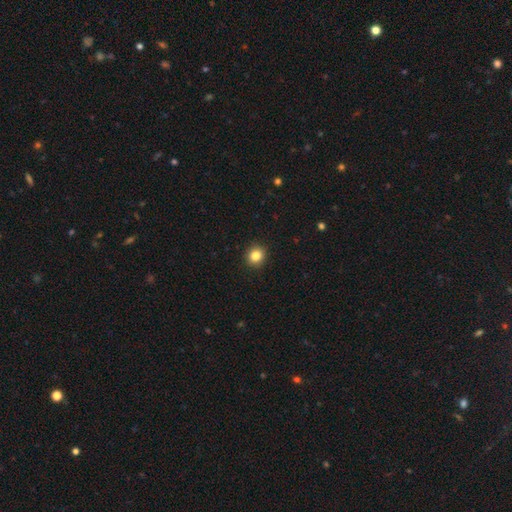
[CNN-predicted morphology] The model was most divided on "how rounded": round: 86%, in between: 13%, cigar-shaped: 1%. More confident: merging — none (92%); smooth or featured — smooth (84%).